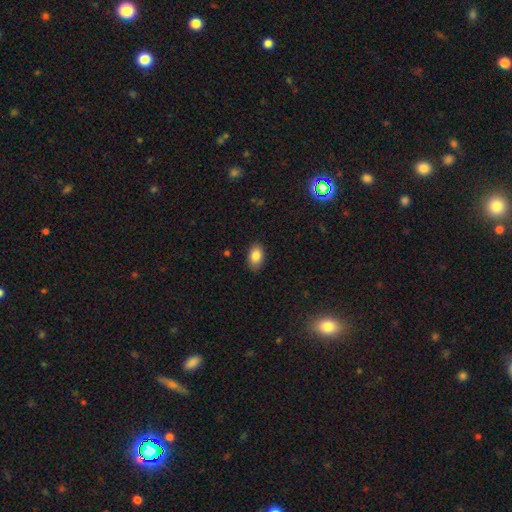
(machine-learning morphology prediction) Smooth or featured? Predicted: smooth (p=0.86). How rounded? Predicted: in between (p=0.89). Merging? Predicted: none (p=0.86).